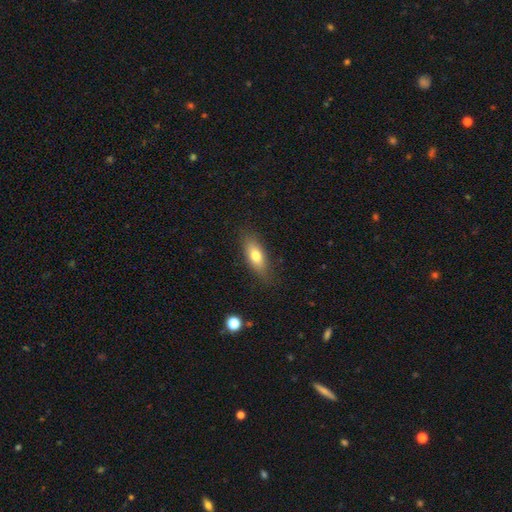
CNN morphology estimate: type=smooth (73%); roundness=in between (73%); merging=none (82%).